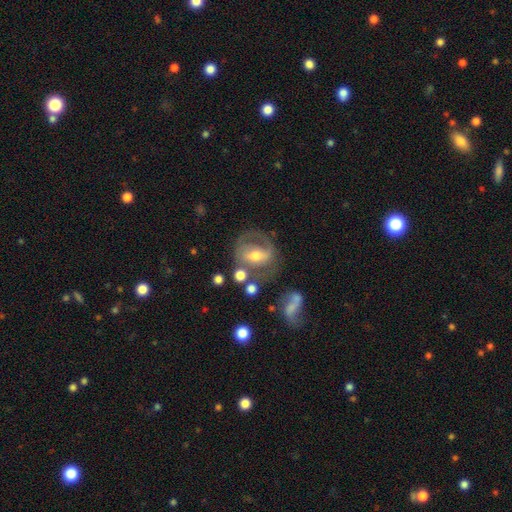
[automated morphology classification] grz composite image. It shows a featured or disk galaxy (65%) with a strong bar (45%), spiral arms (57%) and a moderate central bulge (62%). Merging: none (51%).